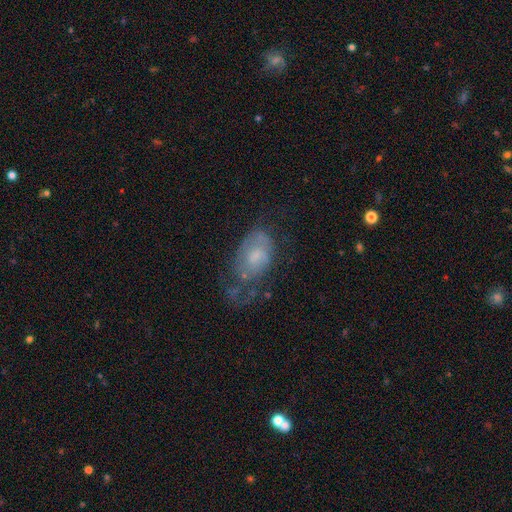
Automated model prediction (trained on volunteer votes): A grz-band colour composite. It shows a featured or disk galaxy (54%) with no bar (72%), spiral arms (56%) and a moderate central bulge (41%). Merging: none (36%).